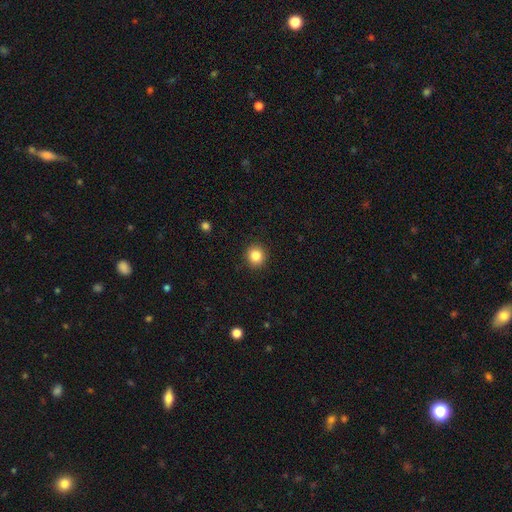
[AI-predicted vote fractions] Q: Smooth or featured?
A: smooth (85%); runner-up: star or artifact (10%)
Q: How rounded?
A: round (89%); runner-up: in between (10%)
Q: Merging?
A: none (91%); runner-up: minor disturbance (6%)